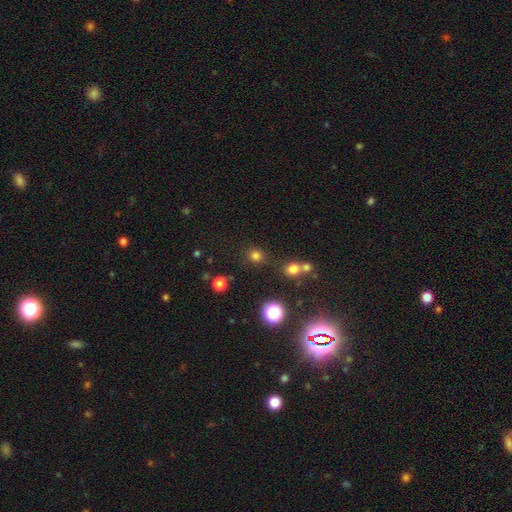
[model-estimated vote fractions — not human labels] Smooth or featured? Predicted: smooth (p=0.75). How rounded? Predicted: round (p=0.87). Merging? Predicted: none (p=0.80).